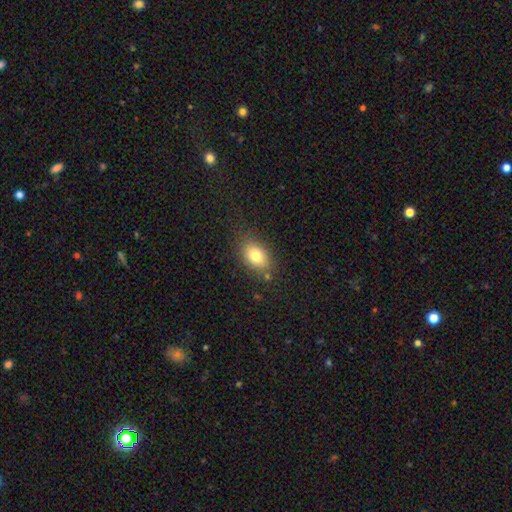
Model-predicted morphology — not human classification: A smooth galaxy with no disk features (79%) that is in between round and cigar-shaped (82%). Merging: none (79%).